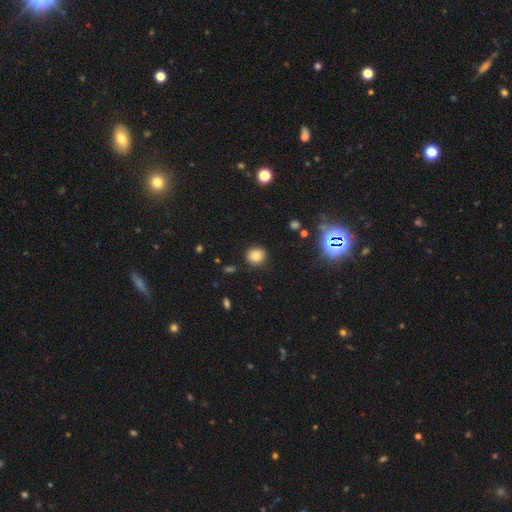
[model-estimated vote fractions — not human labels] Overall: smooth (80%). How rounded: round (86%). Merging: none (88%).